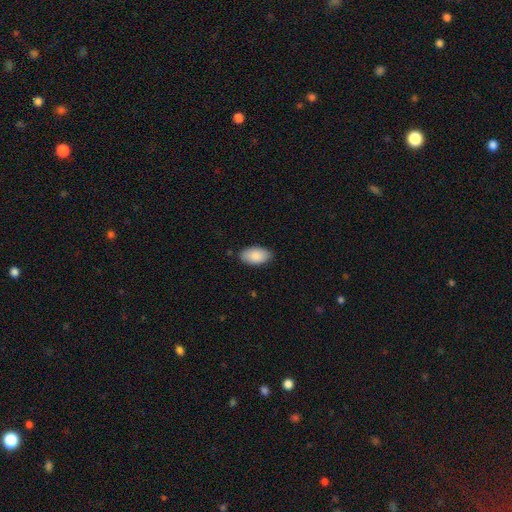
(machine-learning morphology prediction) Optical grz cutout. It shows a smooth galaxy with no disk features (87%) that is in between round and cigar-shaped (95%). Merging: none (84%).